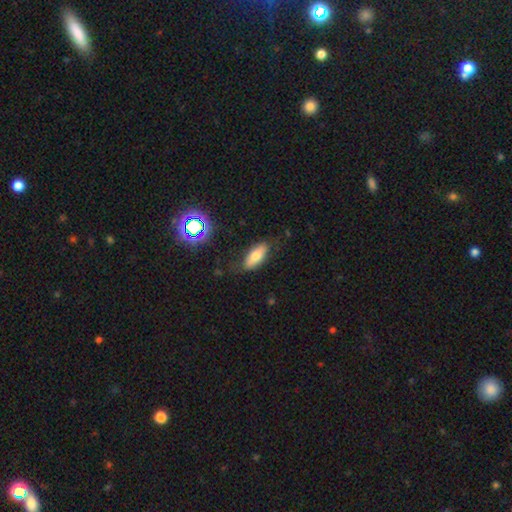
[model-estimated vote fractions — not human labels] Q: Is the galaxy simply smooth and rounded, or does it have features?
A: smooth — 69%.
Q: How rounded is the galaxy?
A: in between — 78%.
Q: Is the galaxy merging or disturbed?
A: none — 77%.